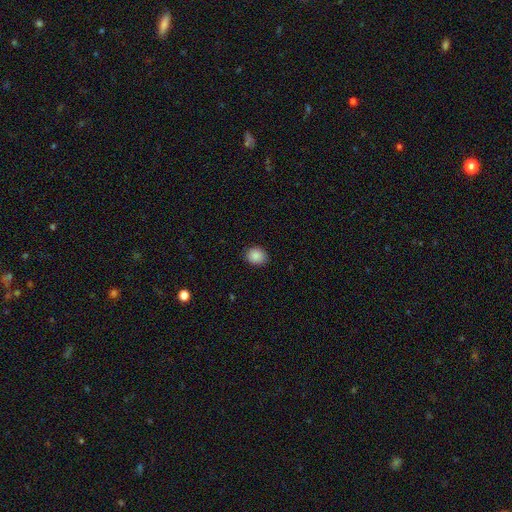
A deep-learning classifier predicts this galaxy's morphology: type=smooth (87%); roundness=round (69%); merging=none (88%).